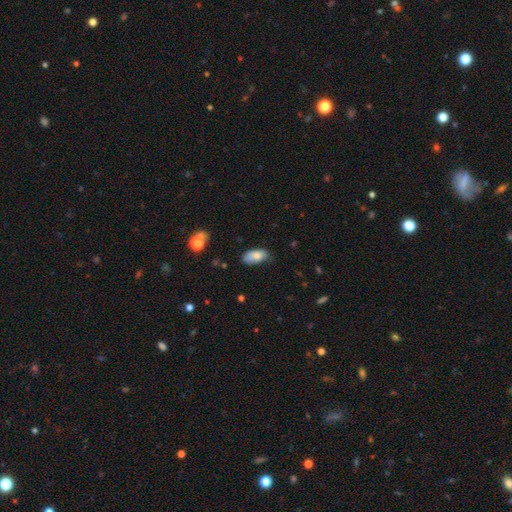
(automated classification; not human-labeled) A smooth galaxy with no disk features (81%) that is in between round and cigar-shaped (93%).

Vote fractions:
- Smooth or featured? smooth: 81% / featured or disk: 12% / star or artifact: 8%
- How rounded? in between: 93% / cigar-shaped: 4% / round: 3%
- Merging? none: 61% / minor disturbance: 30% / major disturbance: 6% / merger: 2%